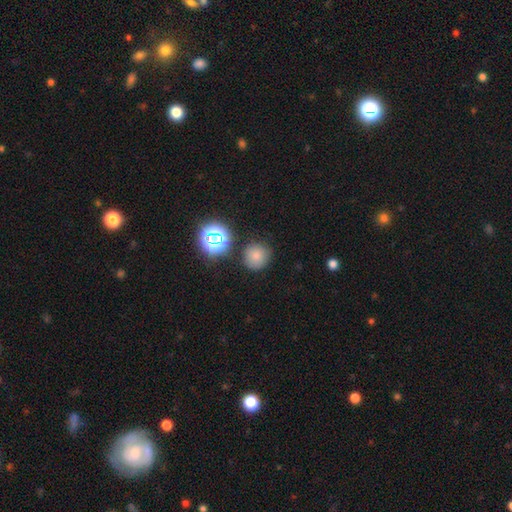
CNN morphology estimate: This appears to be a smooth galaxy with no disk features (72%) that is round (92%). Merging: none (82%).